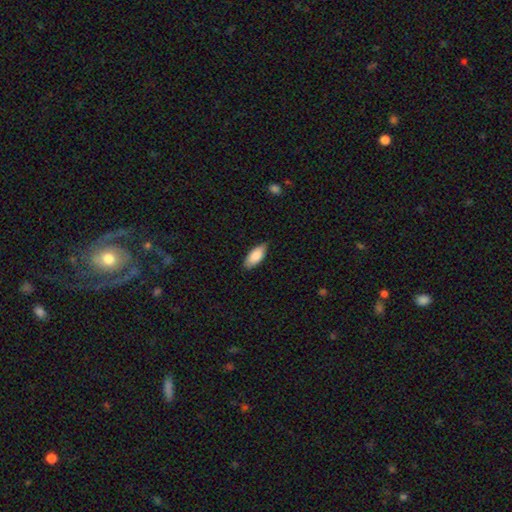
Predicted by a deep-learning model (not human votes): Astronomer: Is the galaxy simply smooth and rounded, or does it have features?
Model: smooth — 86%.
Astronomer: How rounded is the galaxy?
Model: in between — 87%.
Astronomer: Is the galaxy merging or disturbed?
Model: none — 82%.